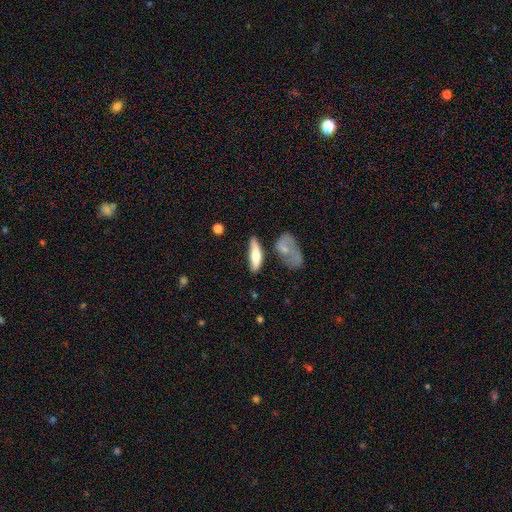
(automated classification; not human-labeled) smooth 66%, featured or disk 28%, star or artifact 6%. Down the decision tree: how rounded — cigar-shaped (54%); merging — none (51%).